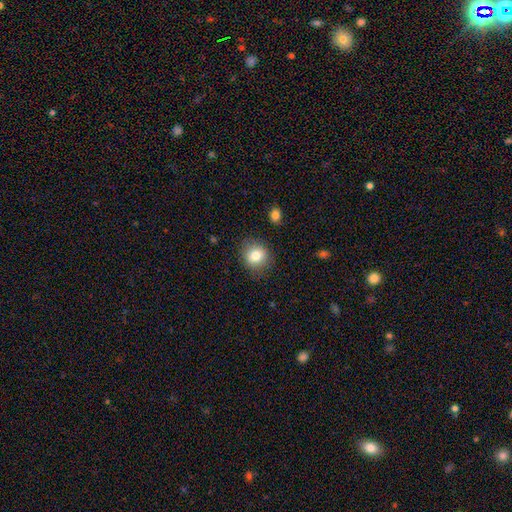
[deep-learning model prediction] A smooth galaxy with no disk features (80%) that is round (77%).

Vote fractions:
- Smooth or featured? smooth: 80% / featured or disk: 10% / star or artifact: 10%
- How rounded? round: 77% / in between: 22% / cigar-shaped: 1%
- Merging? none: 84% / minor disturbance: 11% / major disturbance: 3% / merger: 1%